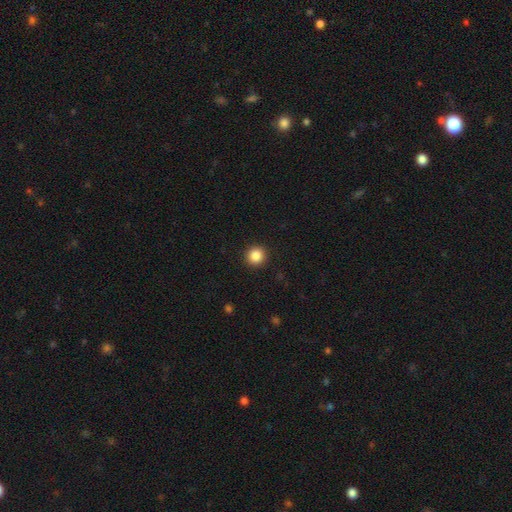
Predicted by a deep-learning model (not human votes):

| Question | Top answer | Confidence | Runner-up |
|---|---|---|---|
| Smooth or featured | smooth | 87% | star or artifact (10%) |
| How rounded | round | 93% | in between (6%) |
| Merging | none | 93% | minor disturbance (5%) |